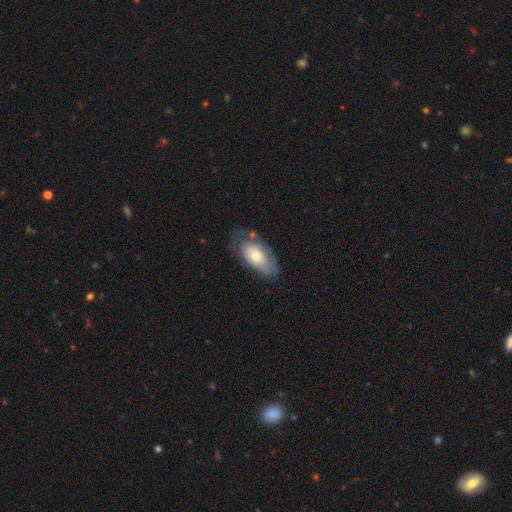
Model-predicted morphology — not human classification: The model was most divided on "smooth or featured": smooth: 59%, featured or disk: 34%, star or artifact: 6%. More confident: how rounded — in between (93%); merging — none (55%).